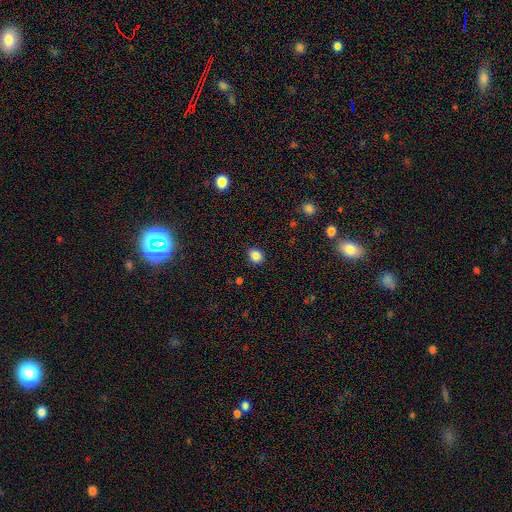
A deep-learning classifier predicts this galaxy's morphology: smooth-or-featured: smooth: 85% | star or artifact: 11% | featured or disk: 4%
  how-rounded: round: 60% | in between: 39% | cigar-shaped: 1%
  merging: none: 87% | minor disturbance: 9% | major disturbance: 2% | merger: 1%